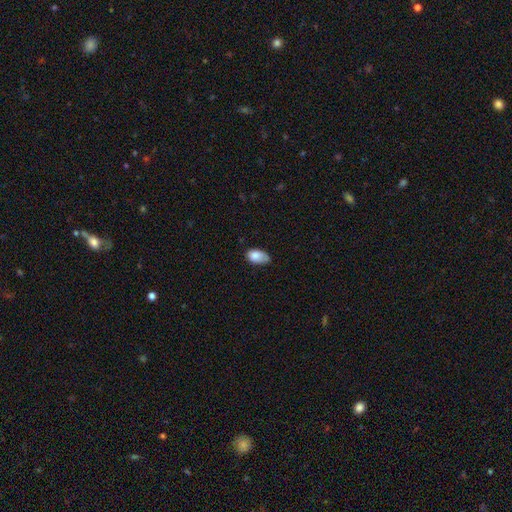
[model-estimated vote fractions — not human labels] The model was most divided on "merging": none: 47%, minor disturbance: 41%, major disturbance: 10%, merger: 3%. More confident: how rounded — in between (91%); smooth or featured — smooth (83%).